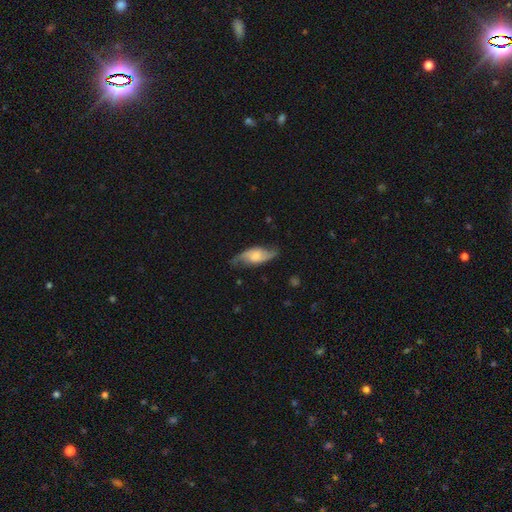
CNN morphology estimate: Smooth or featured? Predicted: featured or disk (p=0.66). Edge-on disk? Predicted: no (p=0.87). Bar? Predicted: no (p=0.57). Spiral arms? Predicted: yes (p=0.92). Spiral winding? Predicted: loose (p=0.56). Spiral arm count? Predicted: 2 (p=0.89). Bulge size? Predicted: moderate (p=0.36). Merging? Predicted: none (p=0.72).